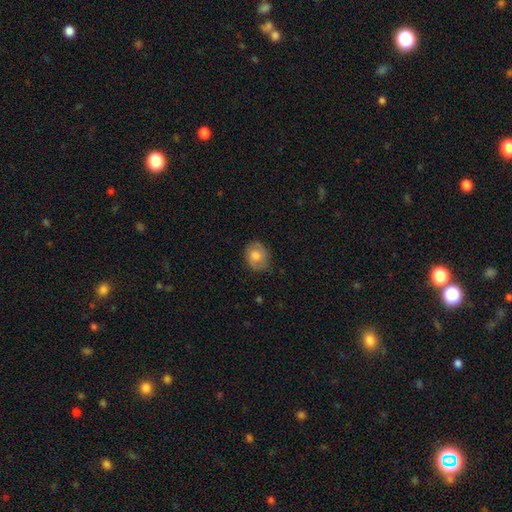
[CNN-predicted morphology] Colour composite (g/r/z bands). It shows a smooth galaxy with no disk features (61%) that is round (55%). Merging: none (76%).